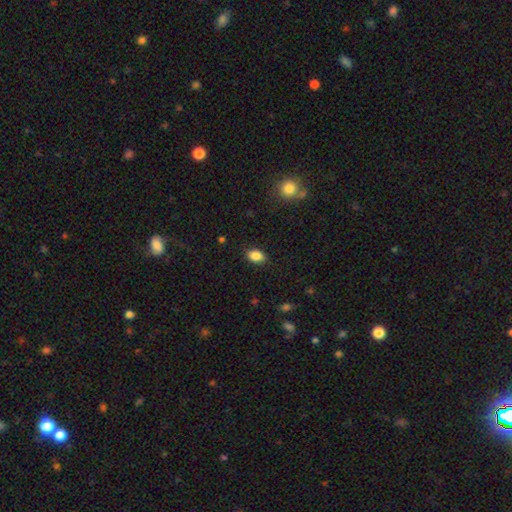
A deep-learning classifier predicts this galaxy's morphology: smooth 86%, star or artifact 9%, featured or disk 5%. Down the decision tree: how rounded — in between (85%); merging — none (86%).